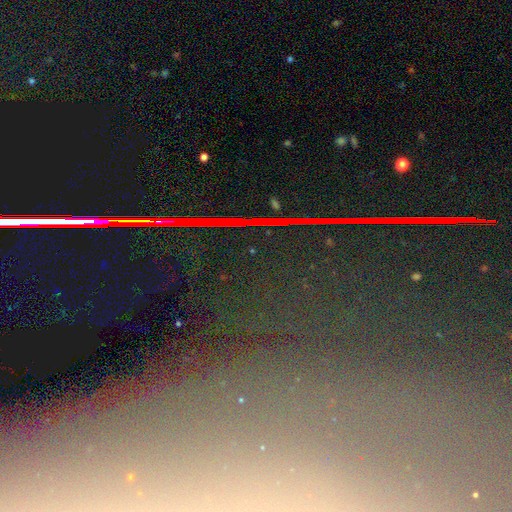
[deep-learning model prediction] Overall: star or artifact (81%).